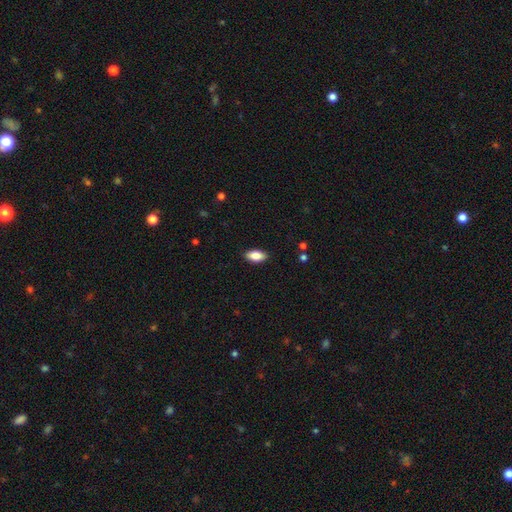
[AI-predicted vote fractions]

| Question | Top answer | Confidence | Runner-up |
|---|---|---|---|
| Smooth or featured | smooth | 84% | featured or disk (9%) |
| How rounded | in between | 90% | cigar-shaped (6%) |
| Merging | none | 88% | minor disturbance (9%) |